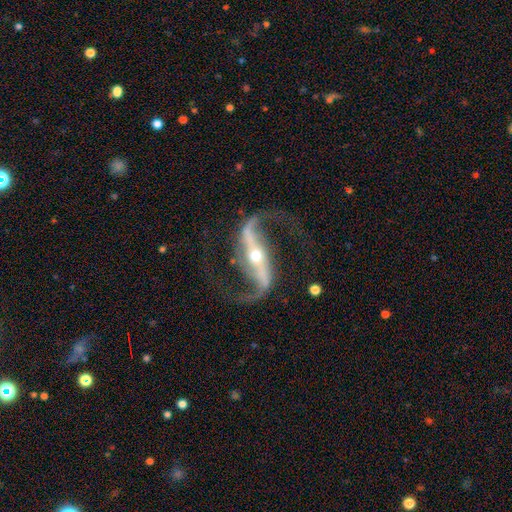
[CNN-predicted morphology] This is clearly a featured or disk galaxy (93%). It is clearly not viewed edge-on (94%). Bar: likely strong (71%). Spiral arm pattern: clearly yes (98%). Spiral arm count: clearly 2 (95%). Spiral winding: likely loose (71%). Central bulge: possibly small (56%). Merging: likely none (80%).